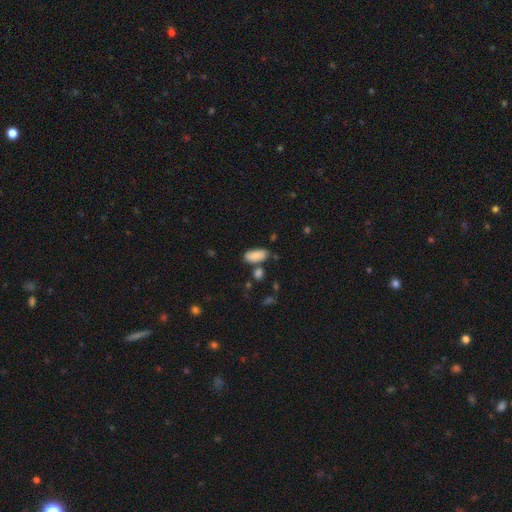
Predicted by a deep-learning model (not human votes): smooth 86%, star or artifact 7%, featured or disk 7%. Down the decision tree: how rounded — in between (91%); merging — none (71%).